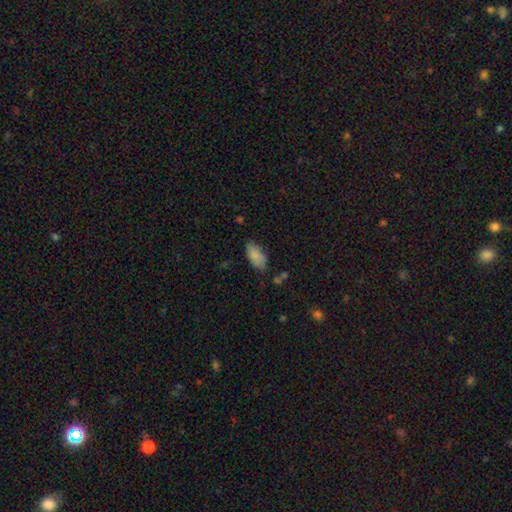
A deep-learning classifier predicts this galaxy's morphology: This appears to be a smooth galaxy with no disk features (84%) that is in between round and cigar-shaped (92%). Merging: none (70%).